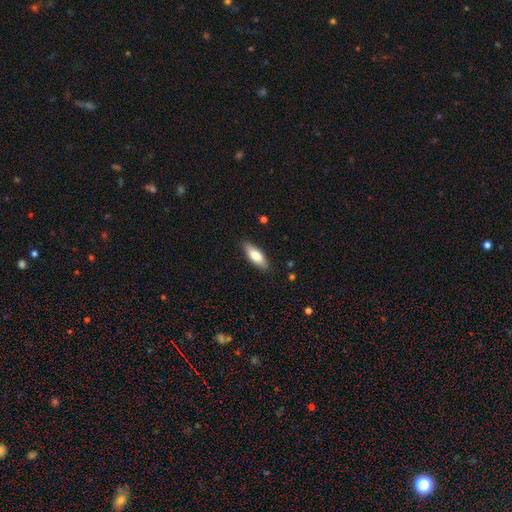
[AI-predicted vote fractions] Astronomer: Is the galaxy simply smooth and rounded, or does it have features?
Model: smooth — 77%.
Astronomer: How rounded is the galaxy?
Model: in between — 68%.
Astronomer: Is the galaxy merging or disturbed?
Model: none — 86%.